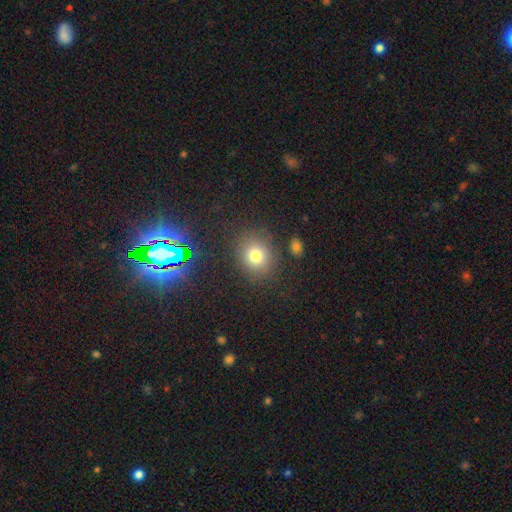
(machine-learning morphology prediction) Smooth or featured? Predicted: smooth (p=0.74). How rounded? Predicted: round (p=0.72). Merging? Predicted: none (p=0.82).